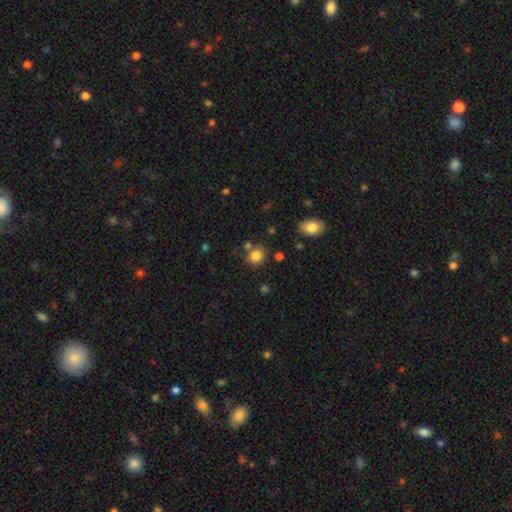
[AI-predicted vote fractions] smooth-or-featured: smooth: 82% | star or artifact: 12% | featured or disk: 6%
  how-rounded: round: 78% | in between: 21% | cigar-shaped: 1%
  merging: none: 74% | merger: 12% | minor disturbance: 11% | major disturbance: 3%